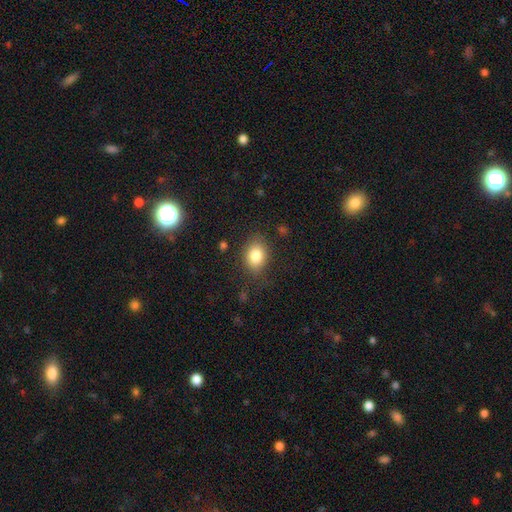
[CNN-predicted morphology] smooth 83%, star or artifact 9%, featured or disk 8%. Down the decision tree: how rounded — in between (66%); merging — none (80%).